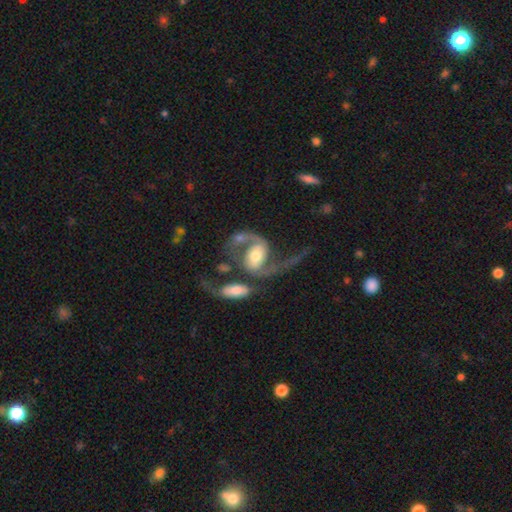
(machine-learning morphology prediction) smooth-or-featured: featured or disk: 88% | smooth: 7% | star or artifact: 5%
  disk-edge-on: no: 97% | yes: 3%
    bar: no: 37% (tied) | weak: 37% (tied) | strong: 26%
    has-spiral-arms: yes: 95% | no: 5%
      spiral-winding: loose: 58% | medium: 33% | tight: 9%
      spiral-arm-count: 2: 89% | 1: 5% | can't tell: 2% | 3: 1% | 4: 1% | more than 4: 1%
    bulge-size: moderate: 62% | small: 17% | large: 17% | dominant: 2% | none: 2%
  merging: none: 33% | merger: 30% | major disturbance: 24% | minor disturbance: 13%